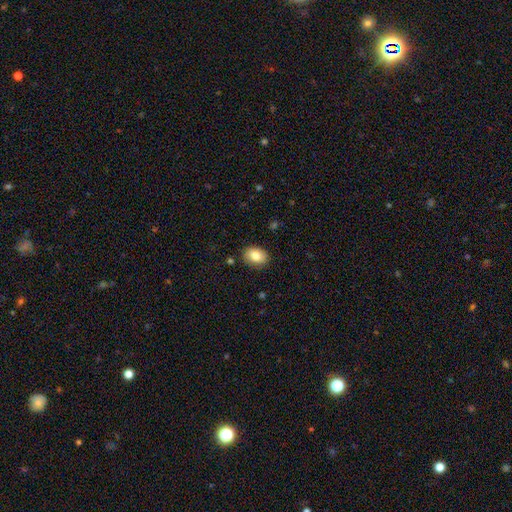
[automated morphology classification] type=smooth (83%); roundness=in between (71%); merging=none (87%).